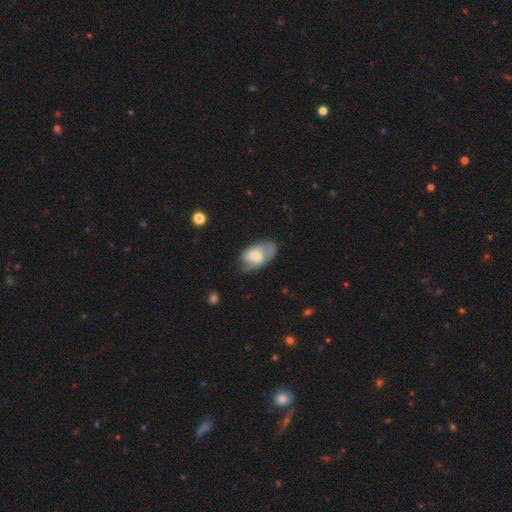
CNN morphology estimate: A smooth galaxy with no disk features (52%) that is in between round and cigar-shaped (89%). Merging: none (51%).